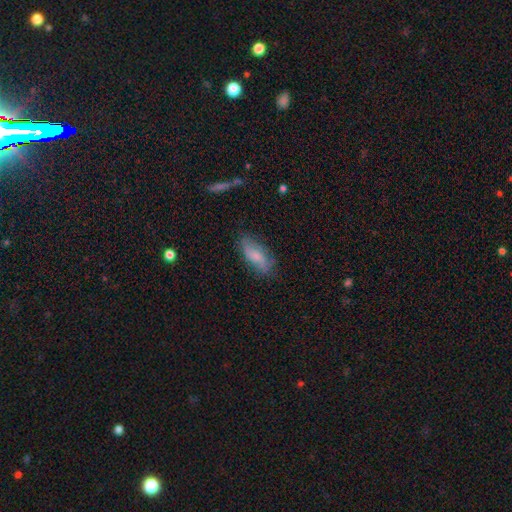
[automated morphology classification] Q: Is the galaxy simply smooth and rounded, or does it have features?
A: smooth — 66%.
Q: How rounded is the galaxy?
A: in between — 77%.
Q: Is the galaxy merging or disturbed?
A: none — 69%.